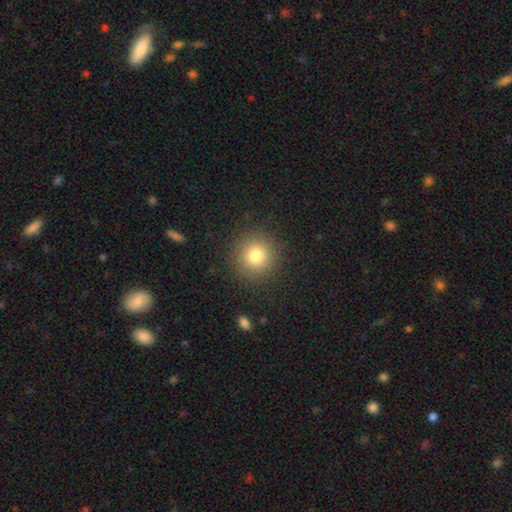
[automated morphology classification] Smooth or featured?
  - smooth: 80% *
  - star or artifact: 12%
  - featured or disk: 8%
How rounded?
  - round: 94% *
  - in between: 5%
  - cigar-shaped: 1%
Merging?
  - none: 90% *
  - minor disturbance: 6%
  - major disturbance: 3%
  - merger: 1%